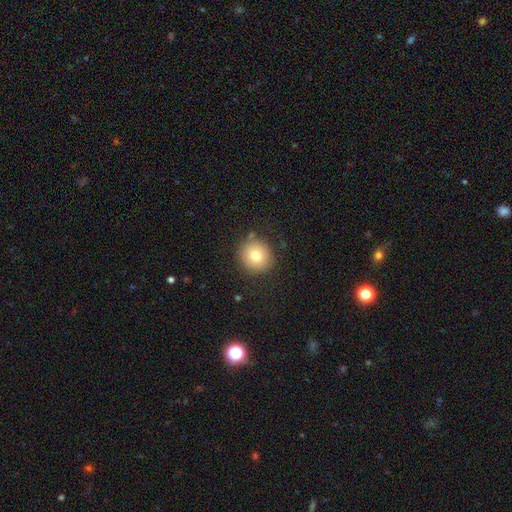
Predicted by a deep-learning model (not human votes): Smooth or featured? Predicted: smooth (p=0.77). How rounded? Predicted: round (p=0.90). Merging? Predicted: none (p=0.85).